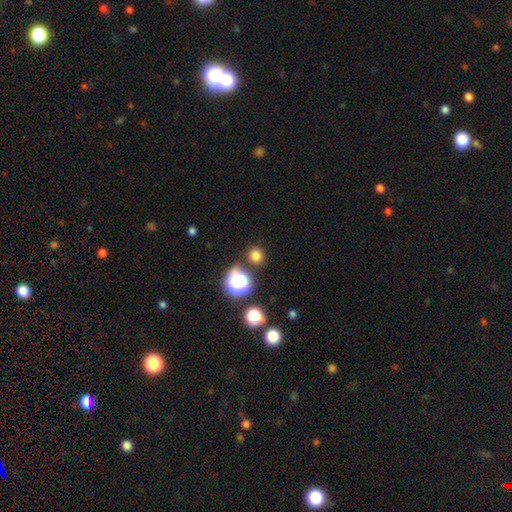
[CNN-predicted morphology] This appears to be a smooth galaxy with no disk features (75%) that is round (89%). Merging: none (86%).